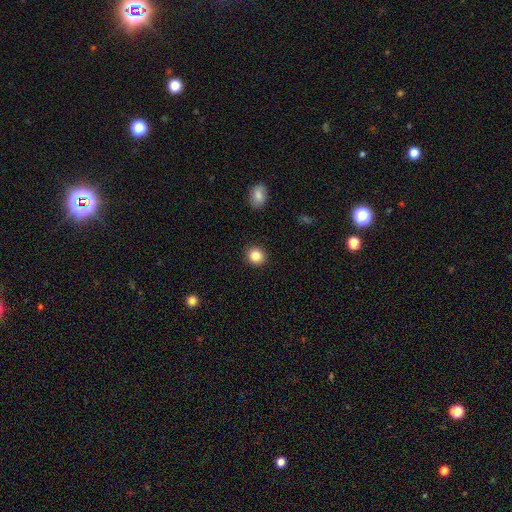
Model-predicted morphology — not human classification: Smooth or featured?
  - smooth: 86% *
  - star or artifact: 10%
  - featured or disk: 4%
How rounded?
  - round: 87% *
  - in between: 12%
  - cigar-shaped: 1%
Merging?
  - none: 91% *
  - minor disturbance: 6%
  - major disturbance: 2%
  - merger: 1%